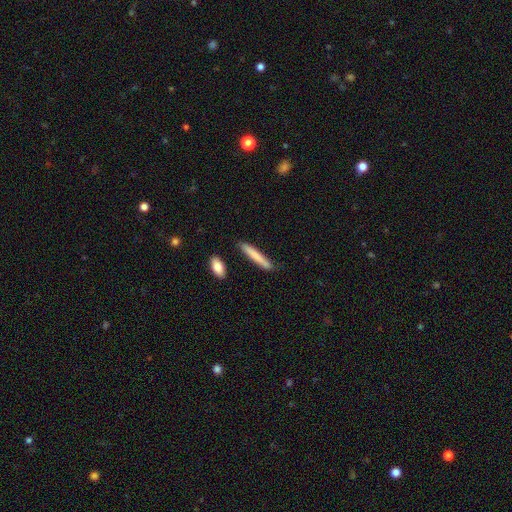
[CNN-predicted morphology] smooth_or_featured: smooth (p=0.78) [alt: featured or disk p=0.16]
how_rounded: cigar-shaped (p=0.94) [alt: in between p=0.05]
merging: none (p=0.85) [alt: minor disturbance p=0.11]